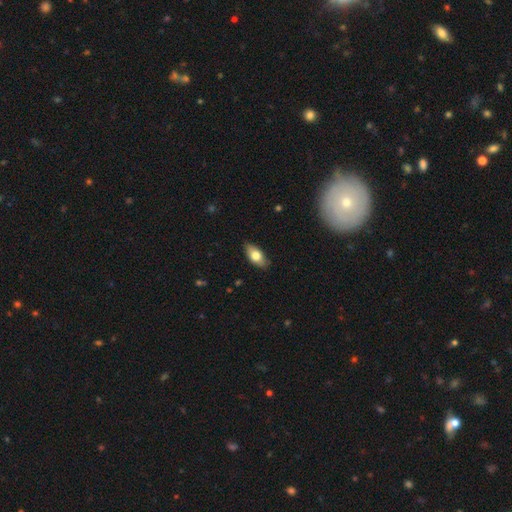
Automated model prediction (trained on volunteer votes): Morphology: type=smooth (74%); roundness=in between (89%); merging=none (85%).